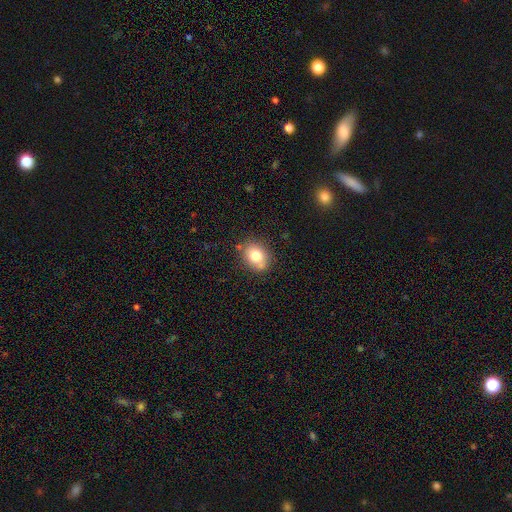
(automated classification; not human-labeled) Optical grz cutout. It shows a smooth galaxy with no disk features (76%) that is round (56%). Merging: none (72%).